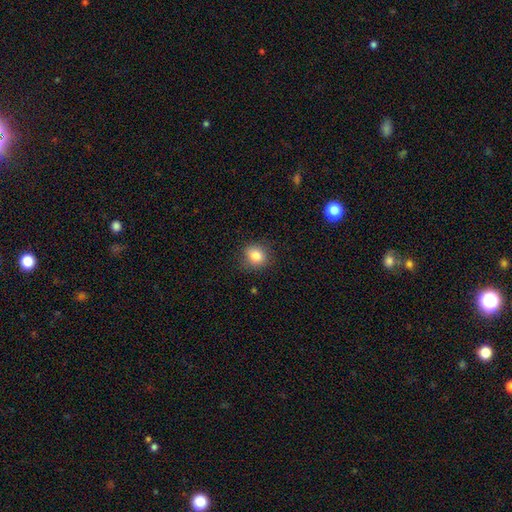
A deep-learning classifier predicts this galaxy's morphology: Smooth or featured? Predicted: smooth (p=0.84). How rounded? Predicted: round (p=0.72). Merging? Predicted: none (p=0.83).